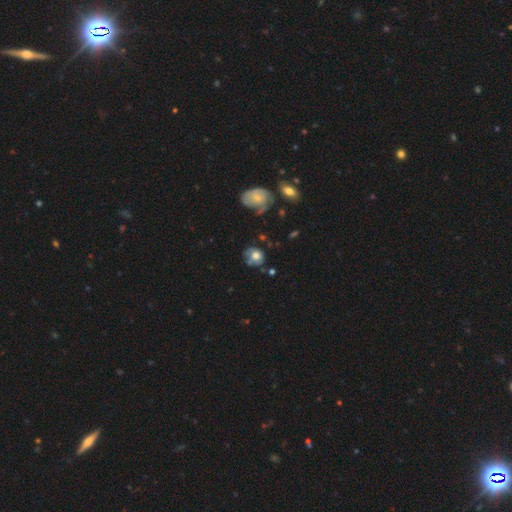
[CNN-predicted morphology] A smooth galaxy with no disk features (61%) that is round (67%). Merging: none (52%).